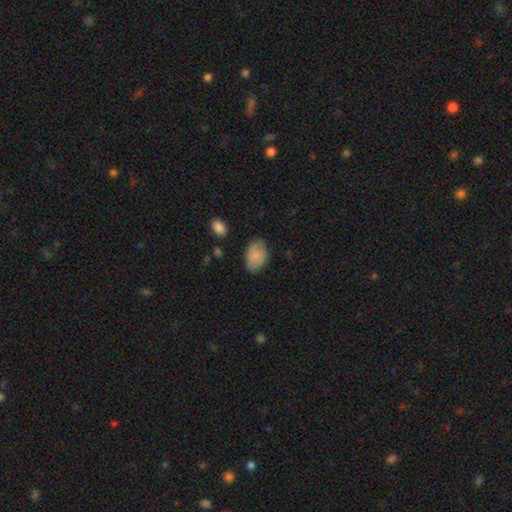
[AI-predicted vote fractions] smooth_or_featured: smooth (p=0.75) [alt: featured or disk p=0.18]
how_rounded: in between (p=0.85) [alt: round p=0.14]
merging: none (p=0.74) [alt: minor disturbance p=0.20]